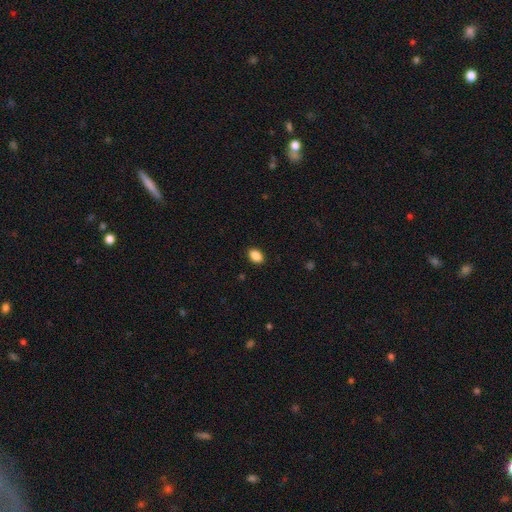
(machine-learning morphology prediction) This is clearly a smooth galaxy (88%). How rounded: clearly in between (83%). Merging: clearly none (89%).